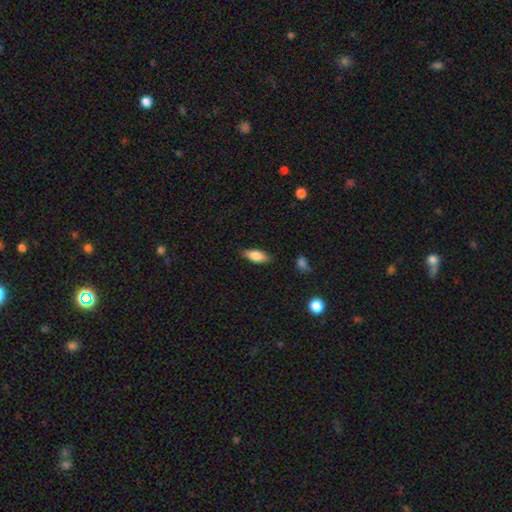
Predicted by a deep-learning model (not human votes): Overall: smooth (80%). How rounded: in between (79%). Merging: none (84%).